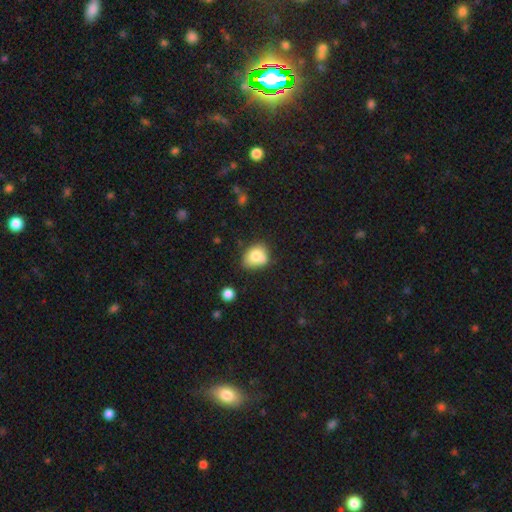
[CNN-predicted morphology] This is likely a smooth galaxy (77%). How rounded: possibly round (52%). Merging: possibly none (50%).